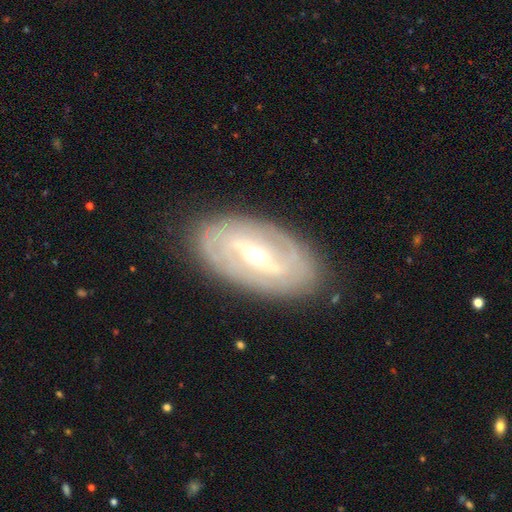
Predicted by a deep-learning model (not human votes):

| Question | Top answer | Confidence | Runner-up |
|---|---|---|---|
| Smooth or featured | featured or disk | 81% | smooth (13%) |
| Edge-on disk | no | 93% | yes (7%) |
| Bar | strong | 44% | weak (40%) |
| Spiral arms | yes | 83% | no (17%) |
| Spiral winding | tight | 60% | medium (29%) |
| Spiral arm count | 2 | 50% | can't tell (30%) |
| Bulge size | moderate | 63% | small (30%) |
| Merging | none | 84% | minor disturbance (11%) |